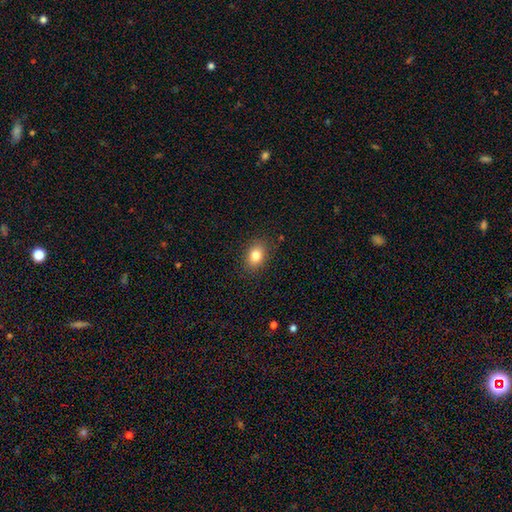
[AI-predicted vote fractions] This appears to be a smooth galaxy with no disk features (82%) that is in between round and cigar-shaped (72%). Merging: none (86%).